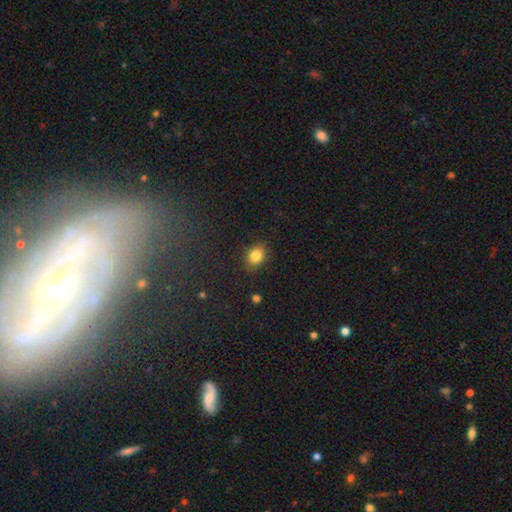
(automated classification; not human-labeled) Smooth or featured? Predicted: smooth (p=0.83). How rounded? Predicted: in between (p=0.66). Merging? Predicted: none (p=0.84).